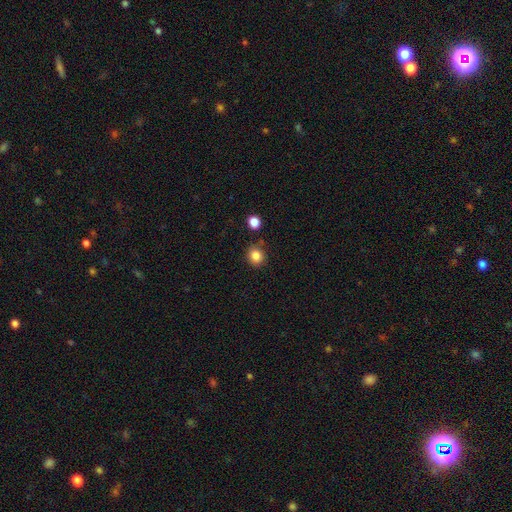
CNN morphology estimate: The model was most divided on "merging": none: 81%, minor disturbance: 10%, merger: 6%, major disturbance: 3%. More confident: how rounded — round (85%); smooth or featured — smooth (85%).